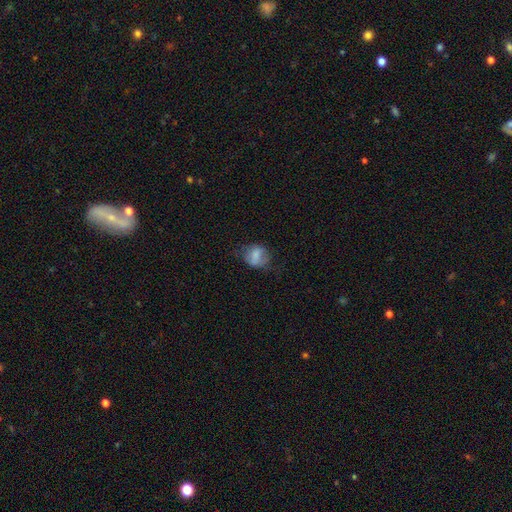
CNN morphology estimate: smooth_or_featured: smooth (p=0.67) [alt: featured or disk p=0.25]
how_rounded: round (p=0.51) [alt: in between p=0.47]
merging: none (p=0.55) [alt: minor disturbance p=0.27]